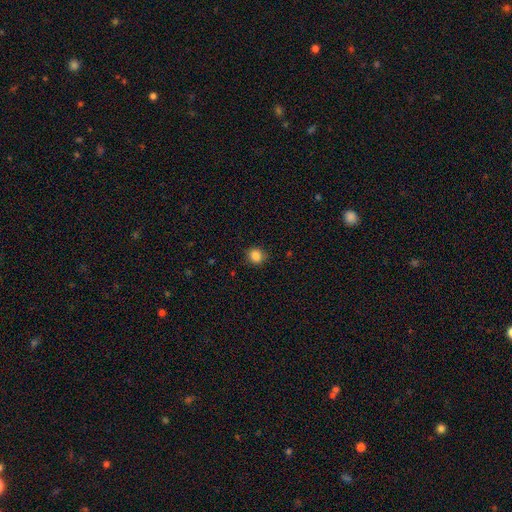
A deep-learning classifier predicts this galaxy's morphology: Q: Smooth or featured?
A: smooth (85%); runner-up: star or artifact (11%)
Q: How rounded?
A: round (79%); runner-up: in between (20%)
Q: Merging?
A: none (86%); runner-up: minor disturbance (10%)